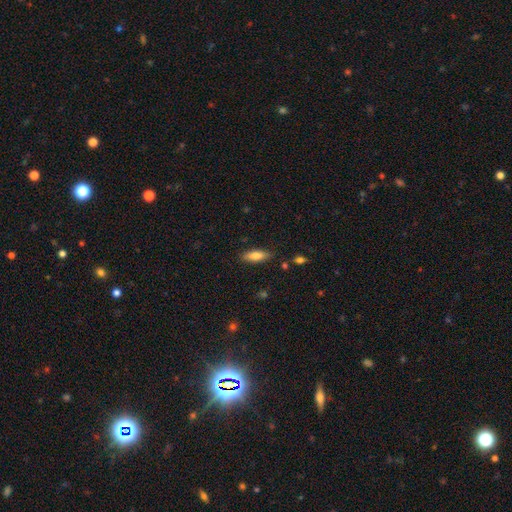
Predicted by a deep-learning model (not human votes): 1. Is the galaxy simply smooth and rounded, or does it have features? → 78% smooth, 15% featured or disk, 7% star or artifact.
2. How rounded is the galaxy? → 56% in between, 42% cigar-shaped, 2% round.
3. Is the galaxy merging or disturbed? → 85% none, 11% minor disturbance, 2% major disturbance, 2% merger.